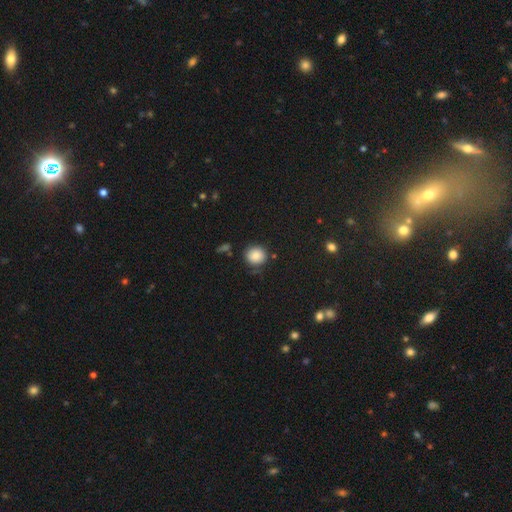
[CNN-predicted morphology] A smooth galaxy with no disk features (85%) that is round (87%). Merging: none (81%).